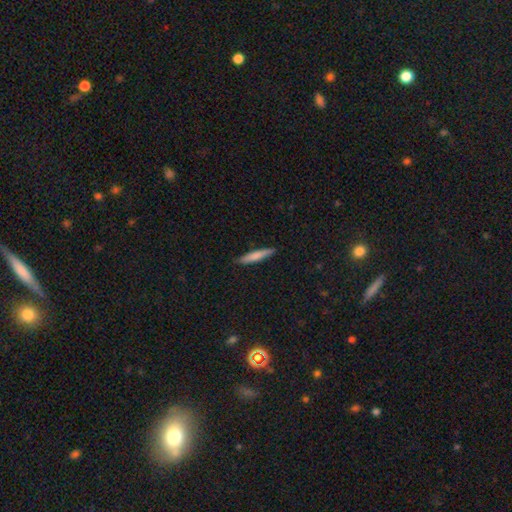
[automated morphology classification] This appears to be a smooth galaxy with no disk features (76%) that is cigar-shaped (90%). Merging: none (87%).